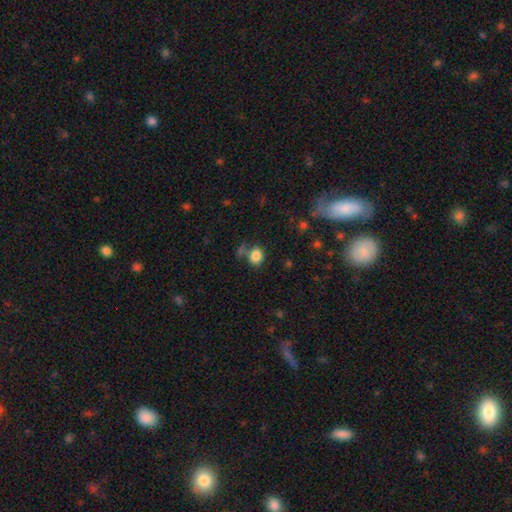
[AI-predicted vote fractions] This appears to be a smooth galaxy with no disk features (84%) that is in between round and cigar-shaped (57%). Merging: none (64%).